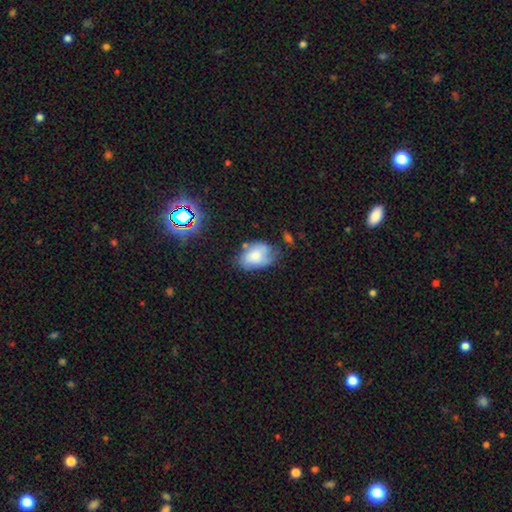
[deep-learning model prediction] Smooth or featured? smooth (66%)
How rounded? in between (86%)
Merging? none (47%)